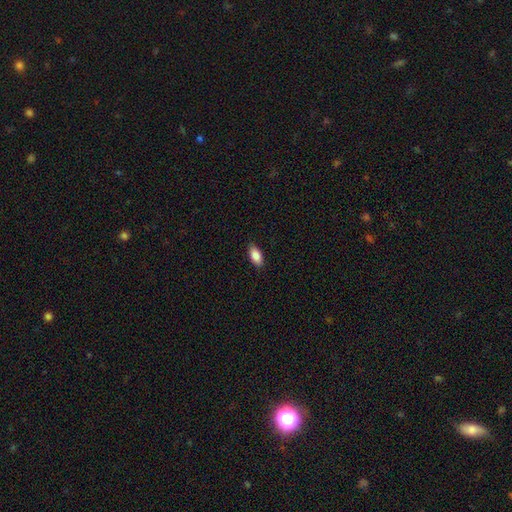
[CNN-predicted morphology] This is clearly a smooth galaxy (87%). How rounded: clearly in between (91%). Merging: clearly none (88%).